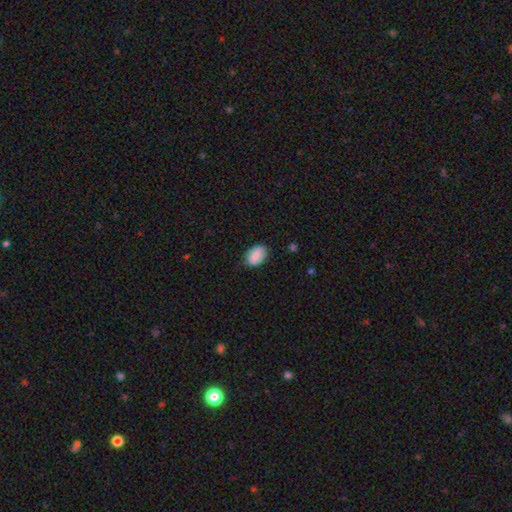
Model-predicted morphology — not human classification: smooth 85%, featured or disk 8%, star or artifact 7%. Down the decision tree: how rounded — in between (86%); merging — none (75%).